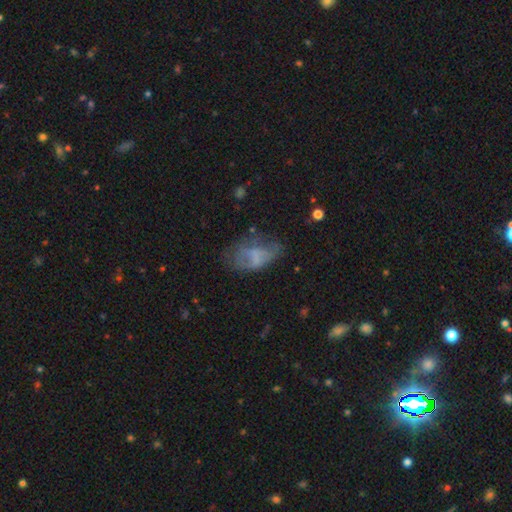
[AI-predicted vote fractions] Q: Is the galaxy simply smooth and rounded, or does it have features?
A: smooth — 50%.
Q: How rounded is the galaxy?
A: in between — 89%.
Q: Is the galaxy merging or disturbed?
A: none — 38%.